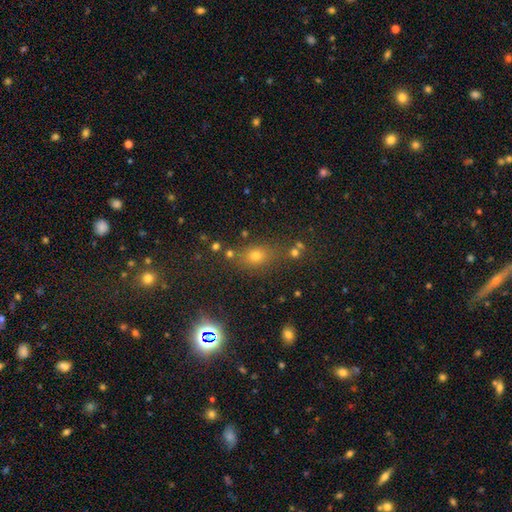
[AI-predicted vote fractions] The model was most divided on "how rounded": in between: 50%, round: 47%, cigar-shaped: 3%. More confident: merging — none (73%); smooth or featured — smooth (60%).